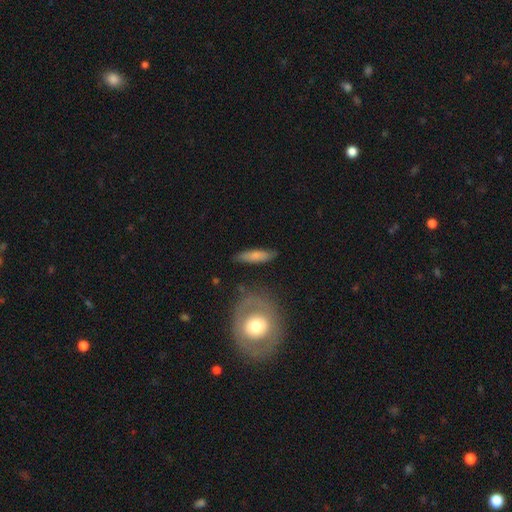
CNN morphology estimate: Smooth or featured? Predicted: smooth (p=0.68). How rounded? Predicted: cigar-shaped (p=0.70). Merging? Predicted: none (p=0.80).